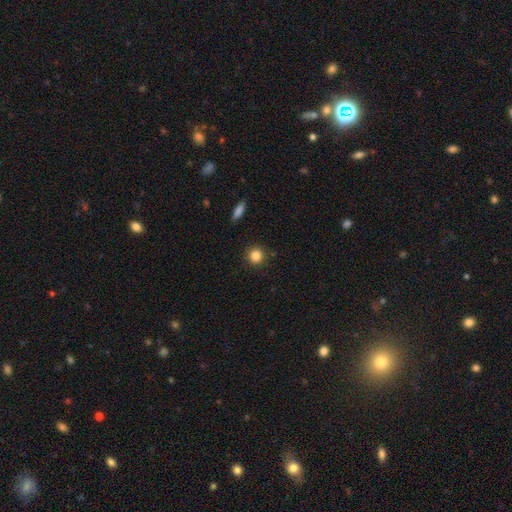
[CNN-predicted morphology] Smooth or featured? smooth (85%)
How rounded? round (92%)
Merging? none (89%)